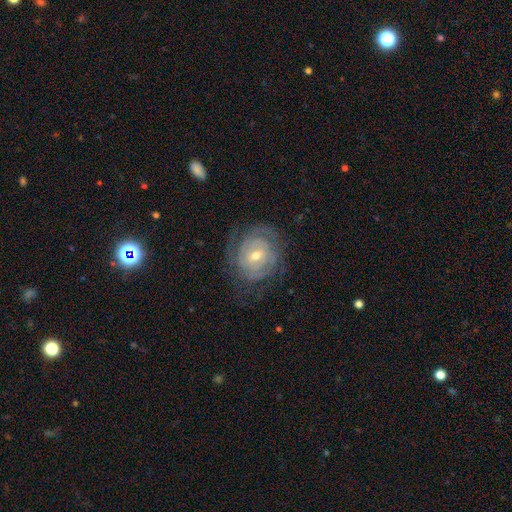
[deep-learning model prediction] Q: Smooth or featured?
A: featured or disk (81%); runner-up: smooth (12%)
Q: Edge-on disk?
A: no (97%); runner-up: yes (3%)
Q: Bar?
A: weak (45%); runner-up: no (42%)
Q: Spiral arms?
A: yes (91%); runner-up: no (9%)
Q: Spiral winding?
A: tight (74%); runner-up: medium (20%)
Q: Spiral arm count?
A: can't tell (42%); runner-up: 2 (27%)
Q: Bulge size?
A: moderate (55%); runner-up: small (41%)
Q: Merging?
A: none (72%); runner-up: minor disturbance (17%)